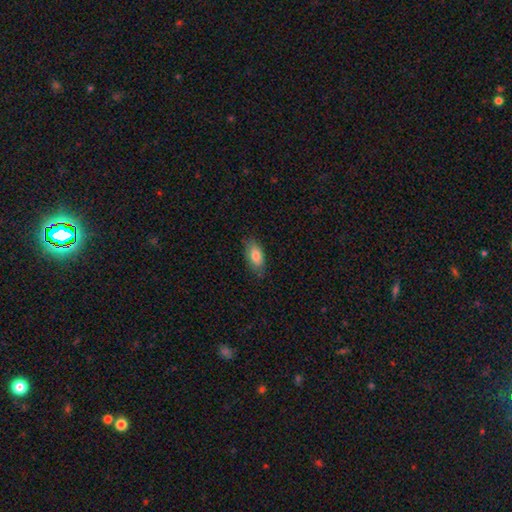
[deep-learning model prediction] Overall: smooth (81%). How rounded: in between (88%). Merging: none (79%).